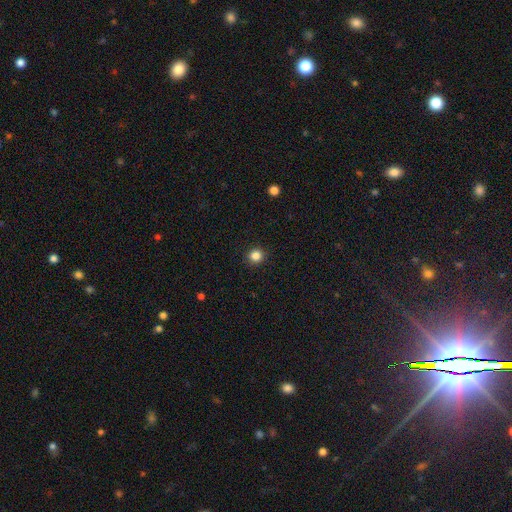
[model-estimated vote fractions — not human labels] Overall: smooth (85%). How rounded: round (92%). Merging: none (92%).